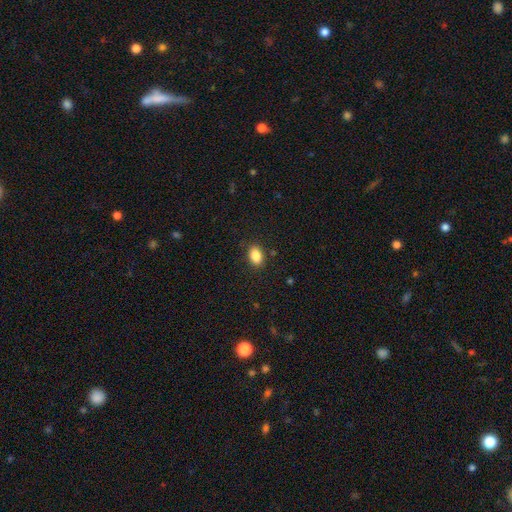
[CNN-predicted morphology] smooth_or_featured: smooth (p=0.87) [alt: star or artifact p=0.09]
how_rounded: in between (p=0.84) [alt: round p=0.15]
merging: none (p=0.87) [alt: minor disturbance p=0.09]